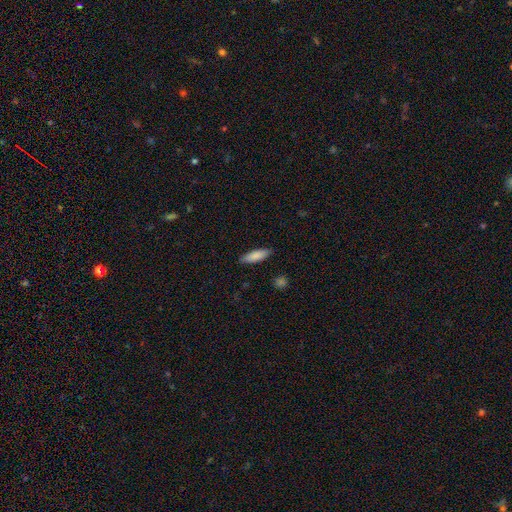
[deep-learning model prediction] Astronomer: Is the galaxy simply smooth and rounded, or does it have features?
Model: smooth — 84%.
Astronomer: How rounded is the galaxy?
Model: cigar-shaped — 53% (runner-up: in between, 45%).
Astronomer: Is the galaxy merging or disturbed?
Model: none — 88%.